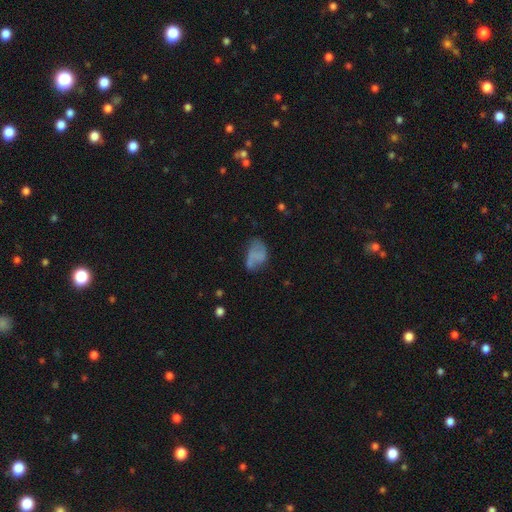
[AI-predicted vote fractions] Smooth or featured?
  - smooth: 57% *
  - featured or disk: 32%
  - star or artifact: 12%
How rounded?
  - in between: 86% *
  - round: 12%
  - cigar-shaped: 2%
Merging?
  - none: 36% *
  - minor disturbance: 30%
  - major disturbance: 24%
  - merger: 10%